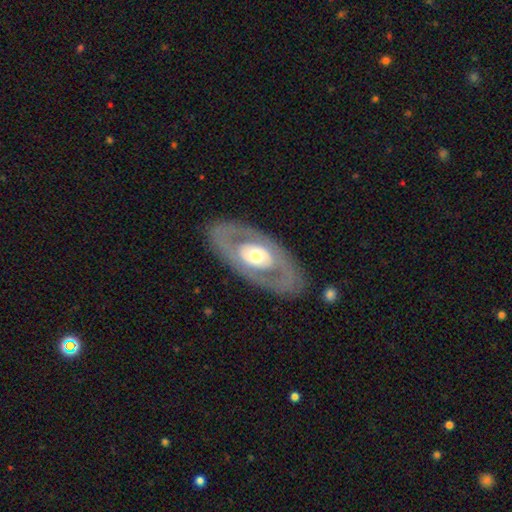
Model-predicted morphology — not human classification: Smooth or featured? featured or disk (69%)
Edge-on disk? no (88%)
Bar? no (79%)
Spiral arms? no (81%)
Bulge size? moderate (63%)
Merging? none (84%)